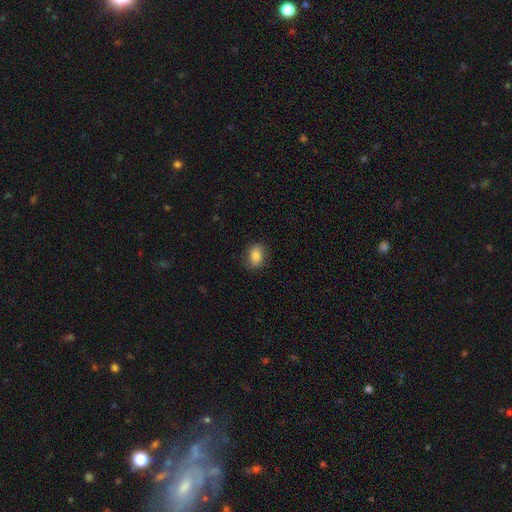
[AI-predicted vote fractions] smooth-or-featured: smooth: 79% | featured or disk: 12% | star or artifact: 9%
  how-rounded: in between: 61% | round: 37% | cigar-shaped: 2%
  merging: none: 81% | minor disturbance: 14% | major disturbance: 4% | merger: 1%